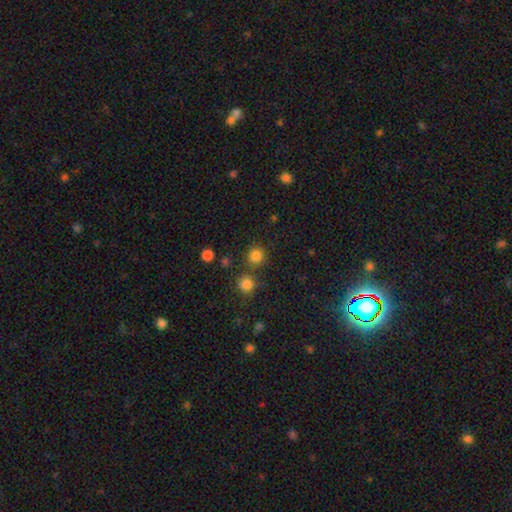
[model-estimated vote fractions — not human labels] A smooth galaxy with no disk features (81%) that is round (90%).

Vote fractions:
- Smooth or featured? smooth: 81% / star or artifact: 14% / featured or disk: 4%
- How rounded? round: 90% / in between: 9% / cigar-shaped: 1%
- Merging? none: 77% / merger: 11% / minor disturbance: 8% / major disturbance: 3%